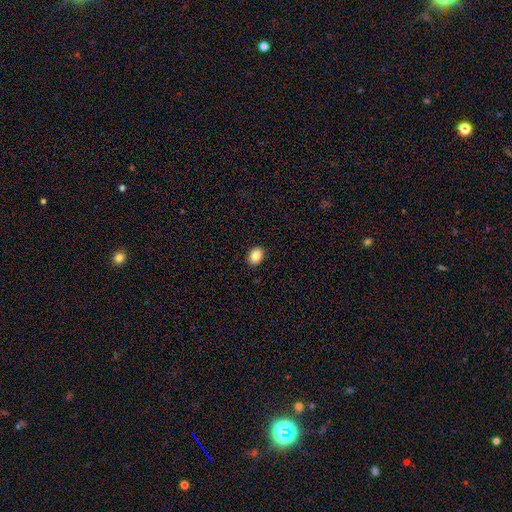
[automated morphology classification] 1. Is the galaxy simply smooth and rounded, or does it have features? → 88% smooth, 8% star or artifact, 4% featured or disk.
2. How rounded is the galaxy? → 67% in between, 32% round, 1% cigar-shaped.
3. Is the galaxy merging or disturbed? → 91% none, 6% minor disturbance, 2% major disturbance, 1% merger.